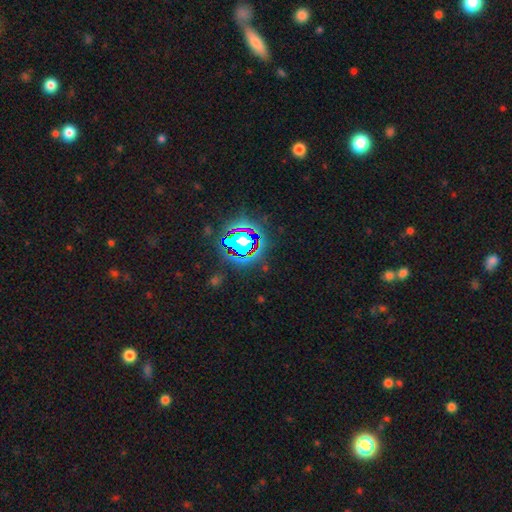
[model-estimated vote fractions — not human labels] smooth_or_featured: star or artifact (p=0.82) [alt: smooth p=0.11]